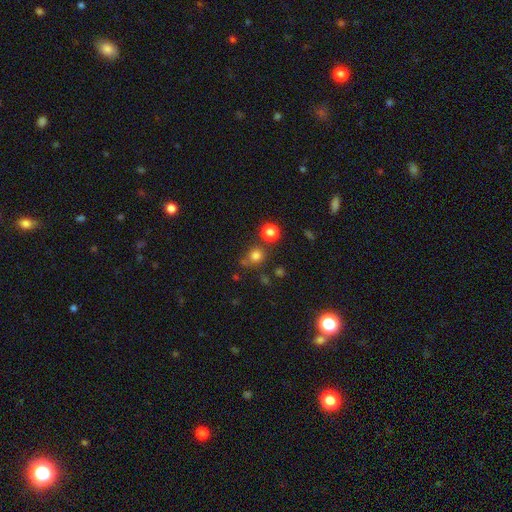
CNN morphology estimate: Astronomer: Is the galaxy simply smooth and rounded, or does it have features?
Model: smooth — 75%.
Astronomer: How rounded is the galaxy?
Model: round — 87%.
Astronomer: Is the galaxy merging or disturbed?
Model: none — 70%.